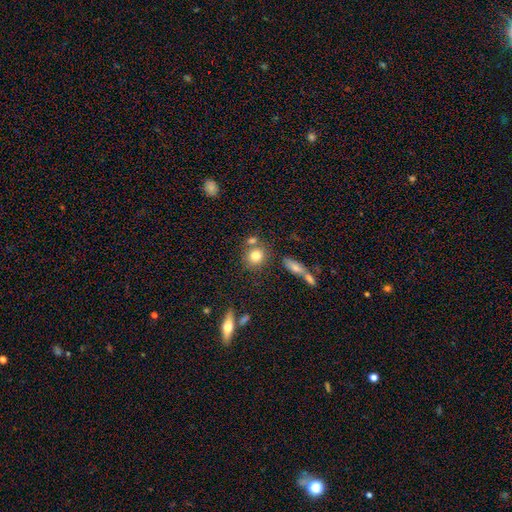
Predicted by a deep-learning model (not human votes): smooth_or_featured: smooth (p=0.79) [alt: star or artifact p=0.11]
how_rounded: round (p=0.77) [alt: in between p=0.21]
merging: none (p=0.65) [alt: merger p=0.20]